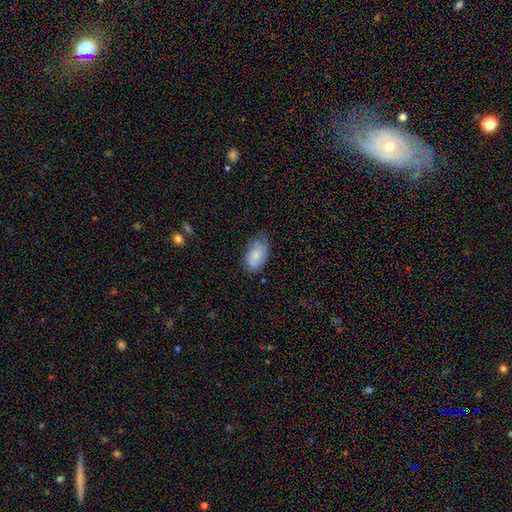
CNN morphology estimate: This appears to be a smooth galaxy with no disk features (78%) that is in between round and cigar-shaped (93%). Merging: none (54%).